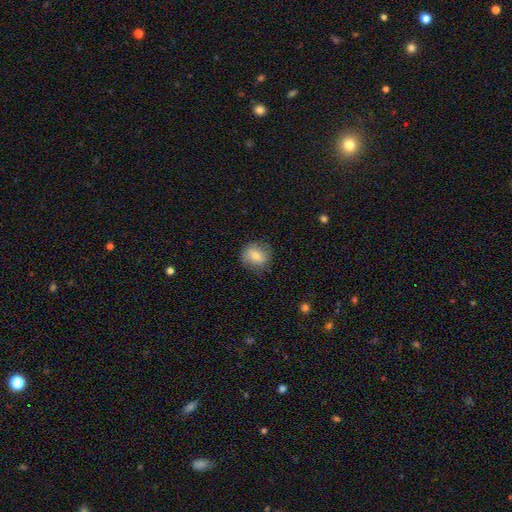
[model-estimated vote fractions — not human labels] Smooth or featured?
  - smooth: 73% *
  - featured or disk: 19%
  - star or artifact: 8%
How rounded?
  - round: 77% *
  - in between: 22%
  - cigar-shaped: 1%
Merging?
  - none: 79% *
  - minor disturbance: 15%
  - major disturbance: 5%
  - merger: 1%